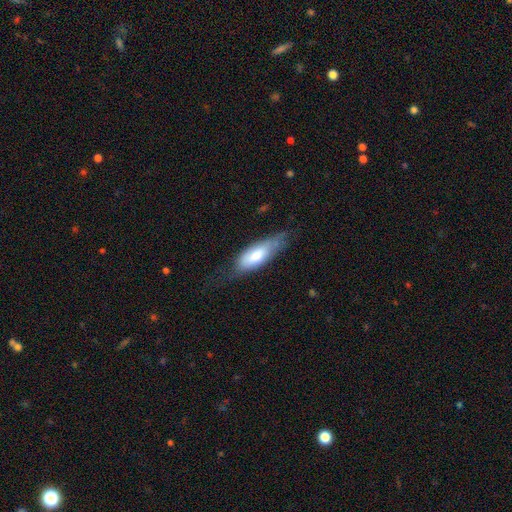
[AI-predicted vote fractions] smooth_or_featured: smooth (p=0.70) [alt: featured or disk p=0.24]
how_rounded: in between (p=0.70) [alt: cigar-shaped p=0.28]
merging: none (p=0.48) [alt: minor disturbance p=0.35]